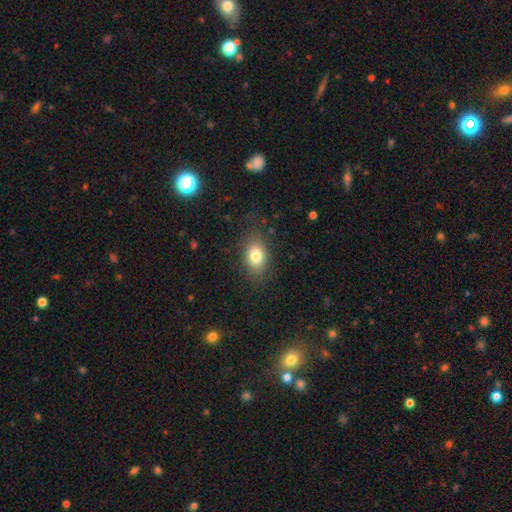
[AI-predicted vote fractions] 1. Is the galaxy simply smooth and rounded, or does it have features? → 79% smooth, 12% featured or disk, 10% star or artifact.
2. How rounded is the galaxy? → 79% in between, 19% round, 2% cigar-shaped.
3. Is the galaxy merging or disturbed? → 80% none, 13% minor disturbance, 5% major disturbance, 1% merger.